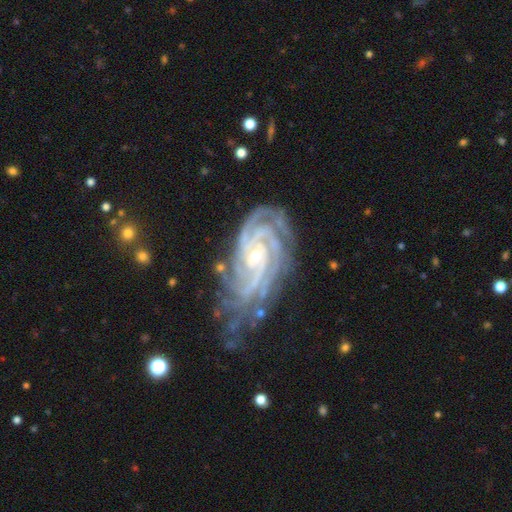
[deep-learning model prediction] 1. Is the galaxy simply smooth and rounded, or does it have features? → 93% featured or disk, 5% star or artifact, 3% smooth.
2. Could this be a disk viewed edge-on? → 97% no, 3% yes.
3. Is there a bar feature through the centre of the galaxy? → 56% no, 29% weak, 15% strong.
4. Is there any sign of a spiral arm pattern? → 99% yes, 1% no.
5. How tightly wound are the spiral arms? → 77% tight, 21% medium, 2% loose.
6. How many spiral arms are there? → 34% 4, 20% 3, 15% more than 4, 12% can't tell, 11% 2, 7% 1.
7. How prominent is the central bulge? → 68% small, 29% moderate, 1% large, 1% none, 1% dominant.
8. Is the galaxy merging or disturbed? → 65% none, 24% minor disturbance, 9% major disturbance, 2% merger.